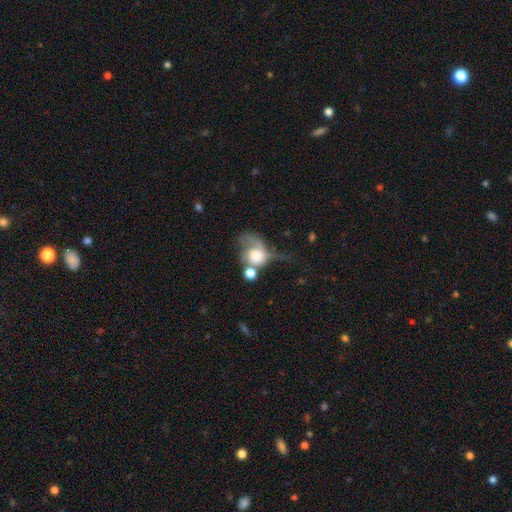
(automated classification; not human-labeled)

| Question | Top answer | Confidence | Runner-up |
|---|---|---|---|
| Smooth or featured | smooth | 55% | featured or disk (34%) |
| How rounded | round | 54% | in between (45%) |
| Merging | major disturbance | 39% | merger (29%) |